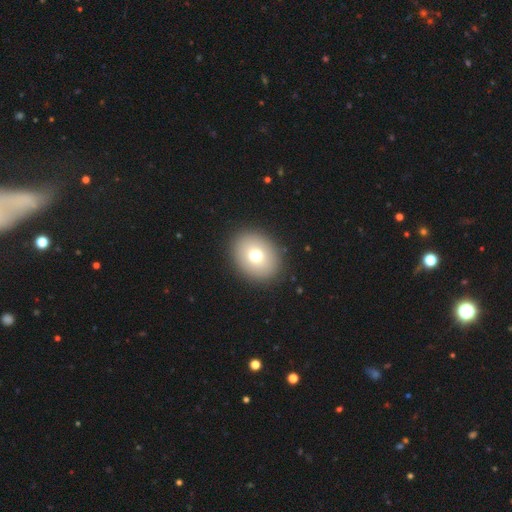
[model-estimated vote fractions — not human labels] Q: Smooth or featured?
A: smooth (73%); runner-up: featured or disk (16%)
Q: How rounded?
A: in between (52%); runner-up: round (47%)
Q: Merging?
A: none (91%); runner-up: minor disturbance (6%)